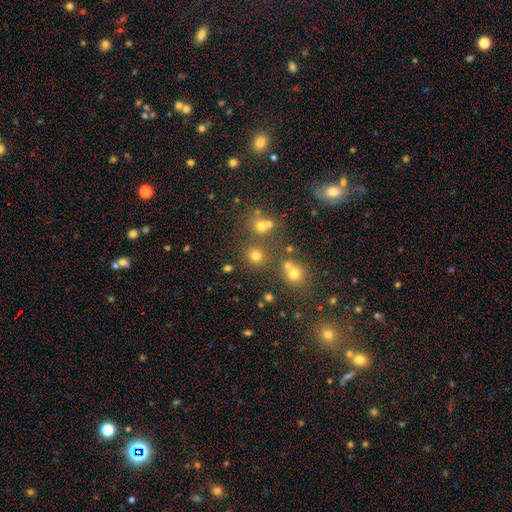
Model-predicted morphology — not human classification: This appears to be a smooth galaxy with no disk features (72%) that is round (88%). Merging: none (76%).